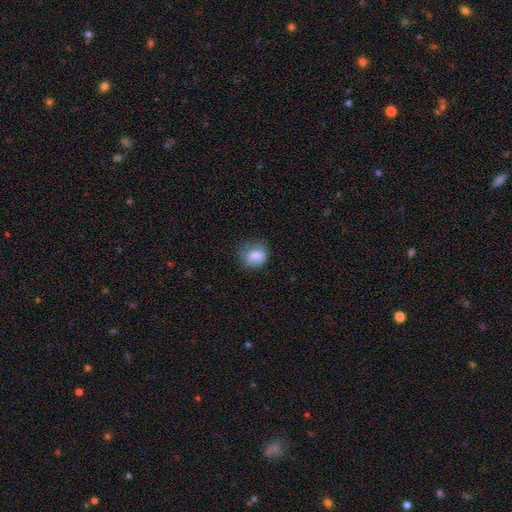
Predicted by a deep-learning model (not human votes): This is likely a smooth galaxy (77%). How rounded: possibly round (54%). Merging: possibly none (52%).